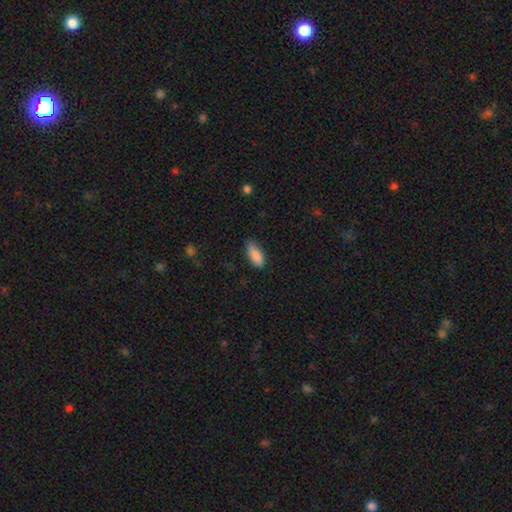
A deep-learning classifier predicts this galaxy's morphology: smooth 88%, star or artifact 7%, featured or disk 5%. Down the decision tree: how rounded — in between (83%); merging — none (72%).